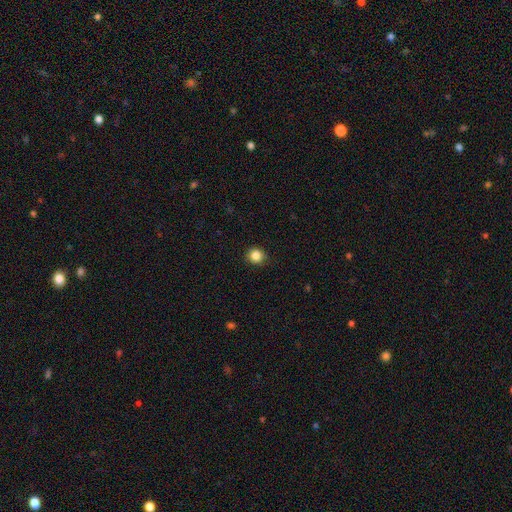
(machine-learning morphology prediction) Overall: smooth (85%). How rounded: round (89%). Merging: none (90%).